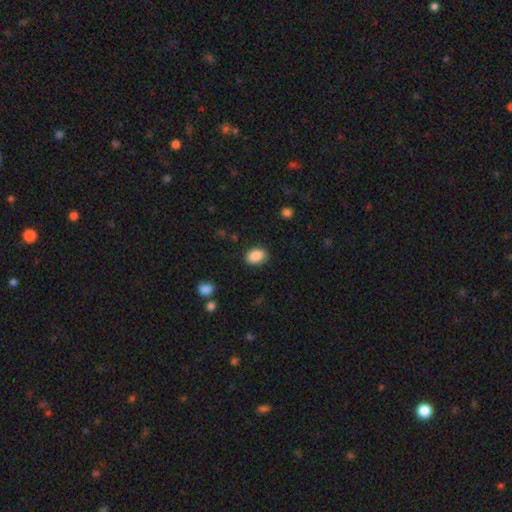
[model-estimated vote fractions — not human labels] The model was most divided on "how rounded": in between: 75%, round: 24%, cigar-shaped: 1%. More confident: smooth or featured — smooth (89%); merging — none (87%).